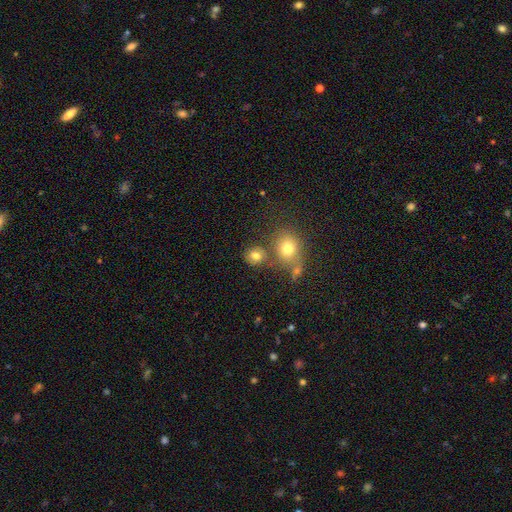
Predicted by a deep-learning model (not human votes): A smooth galaxy with no disk features (76%) that is round (78%). Merging: none (68%).